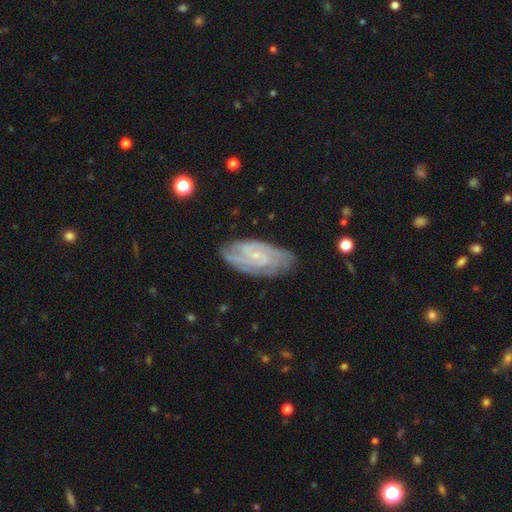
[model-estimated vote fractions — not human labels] Q: Smooth or featured?
A: featured or disk (83%); runner-up: smooth (10%)
Q: Edge-on disk?
A: no (95%); runner-up: yes (5%)
Q: Bar?
A: no (51%); runner-up: weak (39%)
Q: Spiral arms?
A: yes (96%); runner-up: no (4%)
Q: Spiral winding?
A: tight (61%); runner-up: medium (32%)
Q: Spiral arm count?
A: 2 (37%); runner-up: can't tell (24%)
Q: Bulge size?
A: small (78%); runner-up: moderate (12%)
Q: Merging?
A: none (77%); runner-up: minor disturbance (17%)